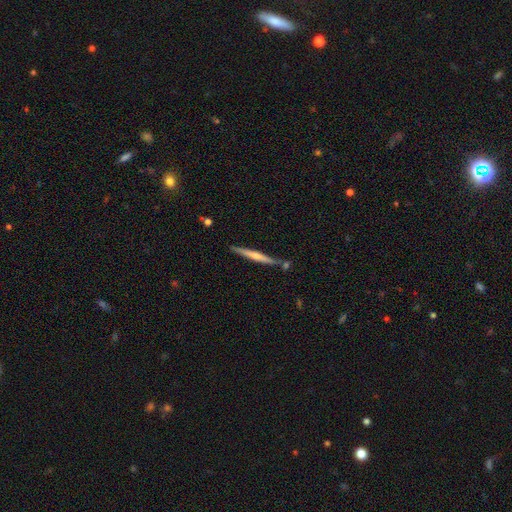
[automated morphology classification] Smooth or featured?
  - featured or disk: 55% *
  - smooth: 40%
  - star or artifact: 6%
Edge-on disk?
  - yes: 97% *
  - no: 3%
Edge-on bulge?
  - rounded: 52% *
  - none: 39%
  - boxy: 8%
Merging?
  - none: 77% *
  - minor disturbance: 13%
  - merger: 7%
  - major disturbance: 2%